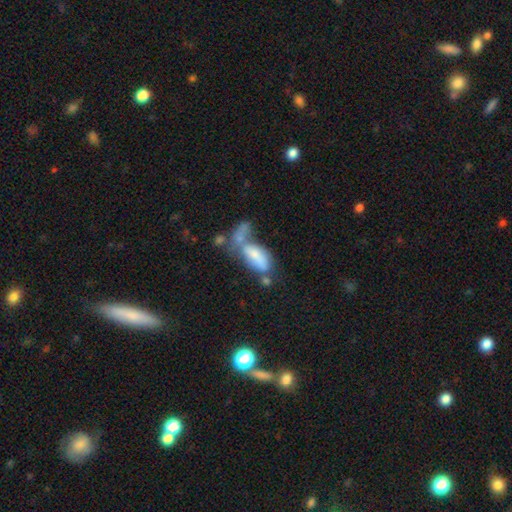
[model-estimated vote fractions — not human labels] Smooth or featured? smooth (64%)
How rounded? in between (81%)
Merging? merger (49%)